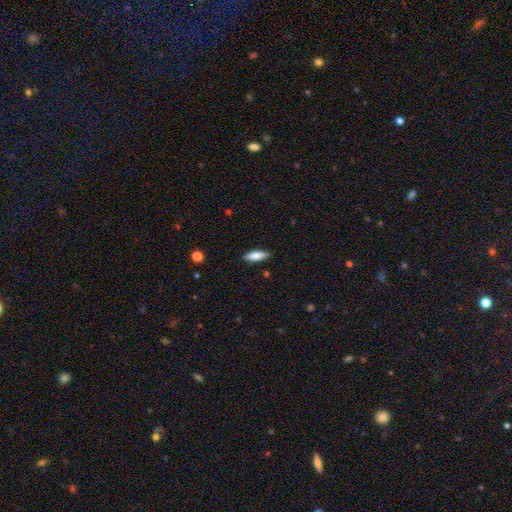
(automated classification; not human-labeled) Smooth or featured? Predicted: smooth (p=0.77). How rounded? Predicted: in between (p=0.55). Merging? Predicted: none (p=0.88).